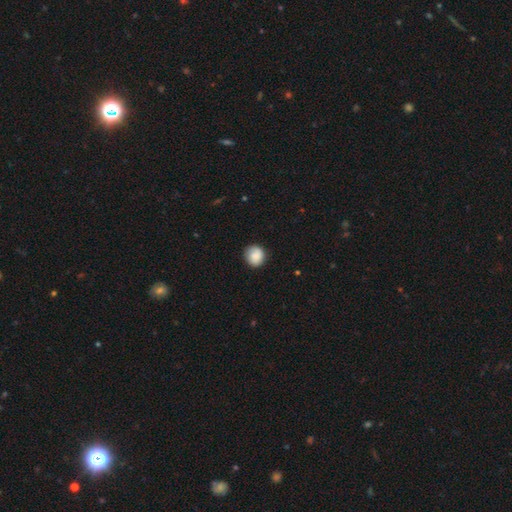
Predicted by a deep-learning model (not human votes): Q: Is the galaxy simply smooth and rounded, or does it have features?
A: smooth — 86%.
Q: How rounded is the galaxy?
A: round — 86%.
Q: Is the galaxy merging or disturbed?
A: none — 83%.